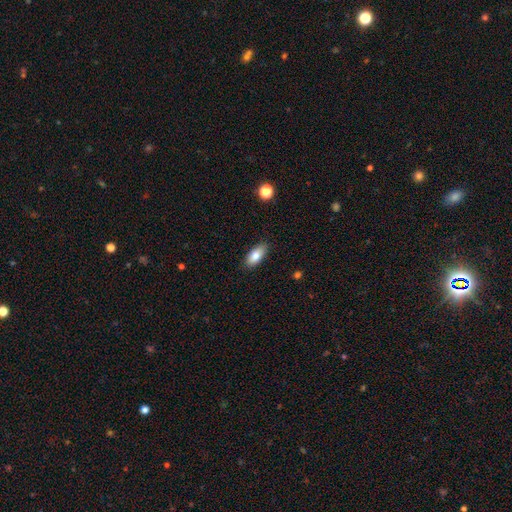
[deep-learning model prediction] smooth-or-featured: smooth: 80% | featured or disk: 13% | star or artifact: 7%
  how-rounded: in between: 87% | cigar-shaped: 10% | round: 3%
  merging: none: 87% | minor disturbance: 10% | major disturbance: 2% | merger: 1%